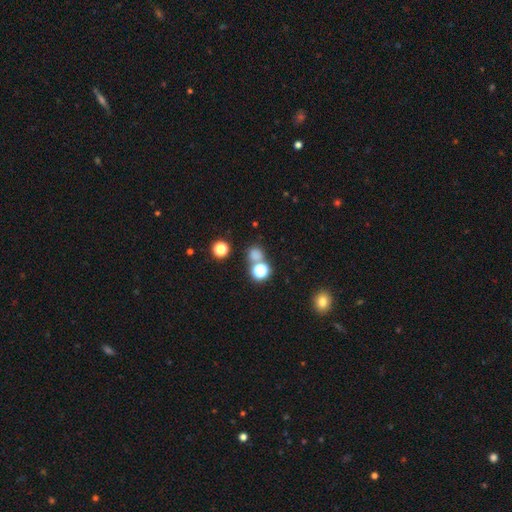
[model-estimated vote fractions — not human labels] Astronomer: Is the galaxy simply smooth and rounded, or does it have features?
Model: smooth — 66%.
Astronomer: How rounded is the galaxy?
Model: round — 82%.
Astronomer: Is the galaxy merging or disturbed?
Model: none — 63%.